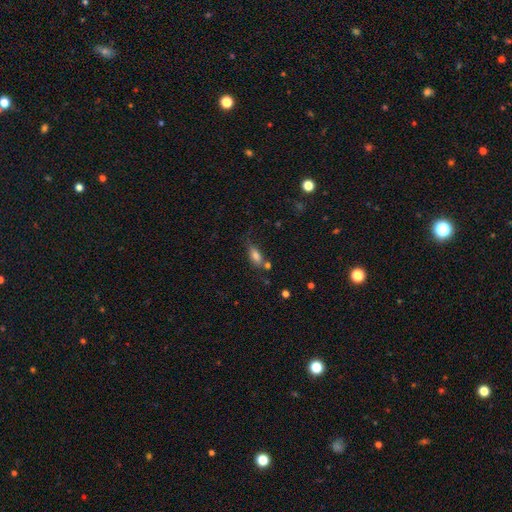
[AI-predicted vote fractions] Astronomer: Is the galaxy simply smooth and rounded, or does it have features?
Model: smooth — 77%.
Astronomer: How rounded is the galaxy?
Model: in between — 76%.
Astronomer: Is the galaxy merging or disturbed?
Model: none — 52%.